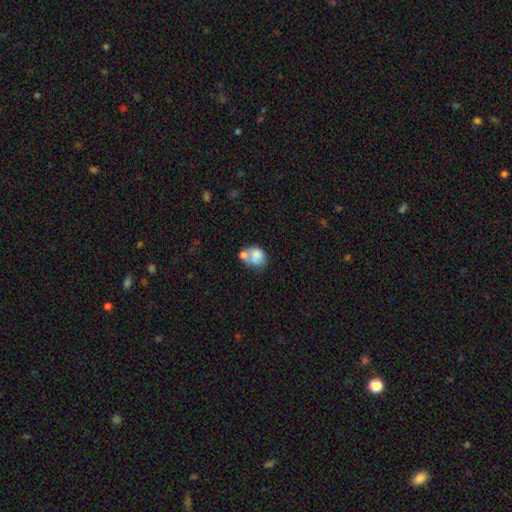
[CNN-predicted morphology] Smooth or featured? Predicted: smooth (p=0.73). How rounded? Predicted: round (p=0.52). Merging? Predicted: merger (p=0.54).